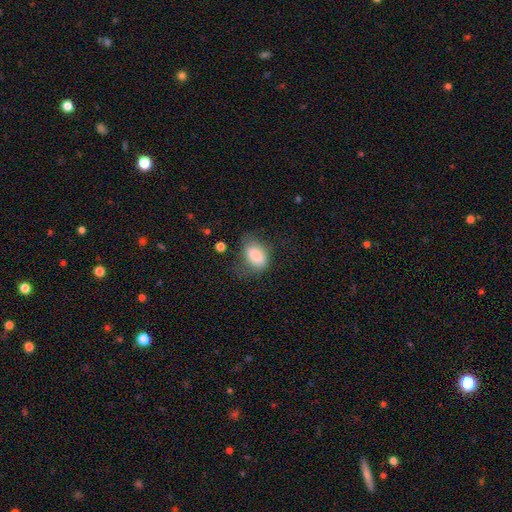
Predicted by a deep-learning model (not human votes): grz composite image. It shows a smooth galaxy with no disk features (83%) that is in between round and cigar-shaped (87%). Merging: none (45%).